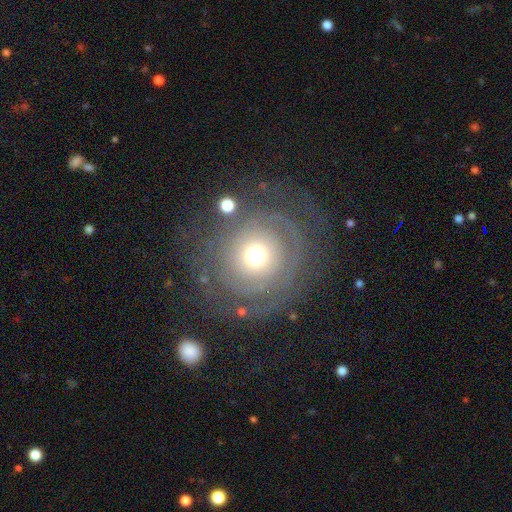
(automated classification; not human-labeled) Smooth or featured?
  - featured or disk: 62% *
  - smooth: 28%
  - star or artifact: 10%
Edge-on disk?
  - no: 97% *
  - yes: 3%
Bar?
  - no: 86% *
  - weak: 10%
  - strong: 3%
Spiral arms?
  - yes: 75% *
  - no: 25%
Bulge size?
  - moderate: 59% *
  - large: 21%
  - small: 15%
  - dominant: 4%
  - none: 1%
Merging?
  - none: 71% *
  - major disturbance: 13%
  - minor disturbance: 13%
  - merger: 3%